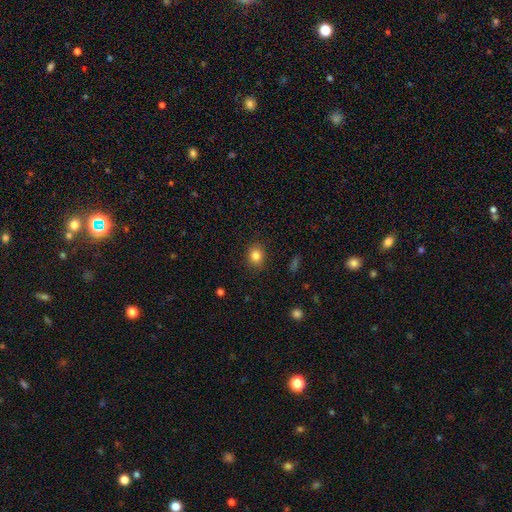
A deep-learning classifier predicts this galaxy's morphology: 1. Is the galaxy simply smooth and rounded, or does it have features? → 84% smooth, 11% star or artifact, 5% featured or disk.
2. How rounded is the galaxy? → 65% round, 34% in between, 1% cigar-shaped.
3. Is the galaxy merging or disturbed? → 88% none, 9% minor disturbance, 3% major disturbance, 1% merger.